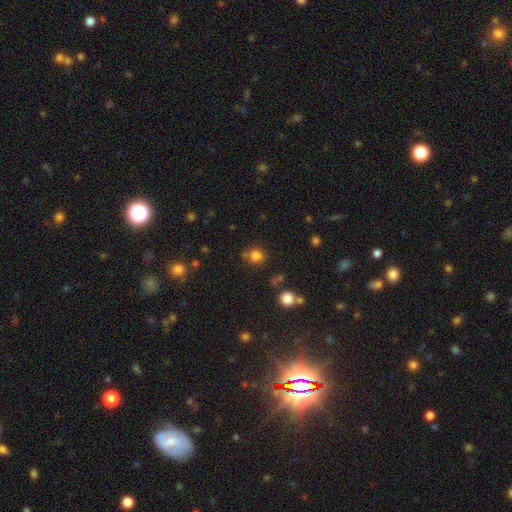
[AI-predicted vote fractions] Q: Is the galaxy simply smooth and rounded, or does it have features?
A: smooth — 80%.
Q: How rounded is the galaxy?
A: round — 84%.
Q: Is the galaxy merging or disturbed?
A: none — 72%.